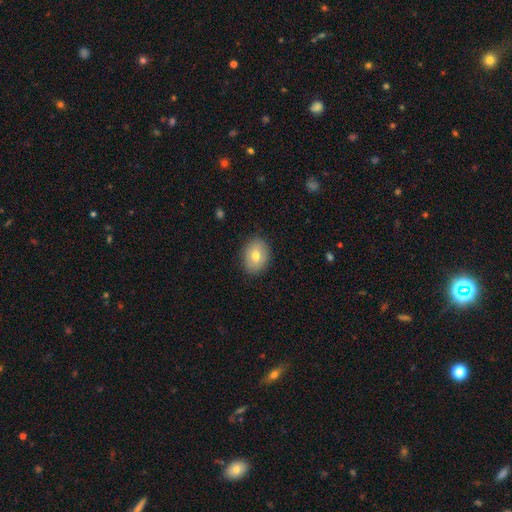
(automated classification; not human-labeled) This appears to be a smooth galaxy with no disk features (72%) that is in between round and cigar-shaped (57%). Merging: none (86%).